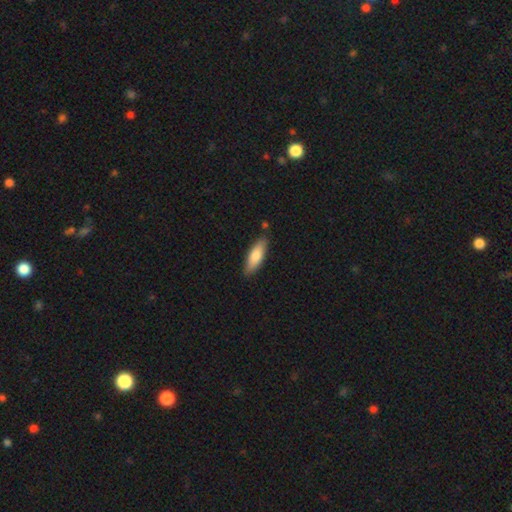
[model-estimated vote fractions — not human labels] Smooth or featured: smooth — 75% (featured or disk — 19%)
How rounded: in between — 53% (cigar-shaped — 46%)
Merging: none — 84% (minor disturbance — 11%)